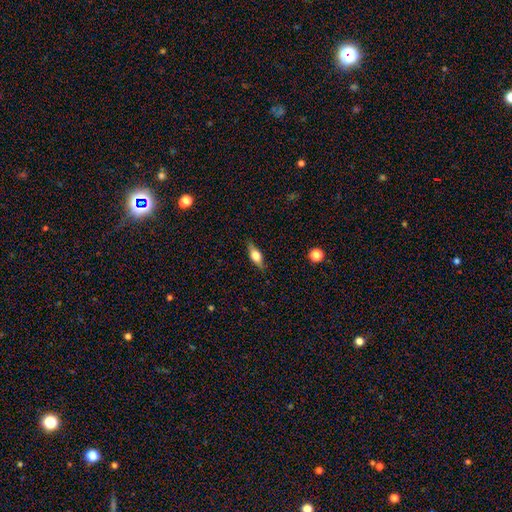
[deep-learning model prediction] This is possibly a smooth galaxy (54%). How rounded: likely in between (66%). Merging: clearly none (84%).